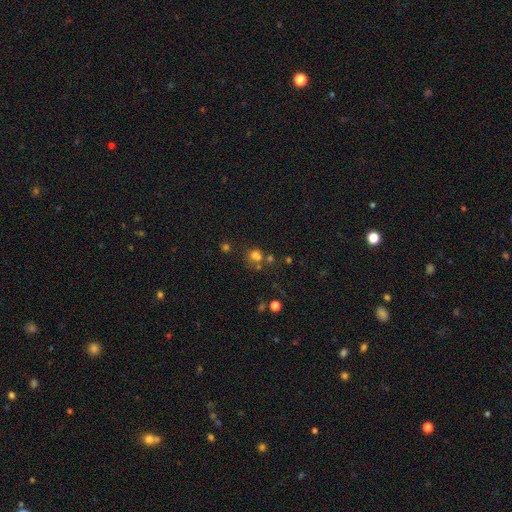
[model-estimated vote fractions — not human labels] Smooth or featured? Predicted: smooth (p=0.69). How rounded? Predicted: round (p=0.70). Merging? Predicted: none (p=0.50).